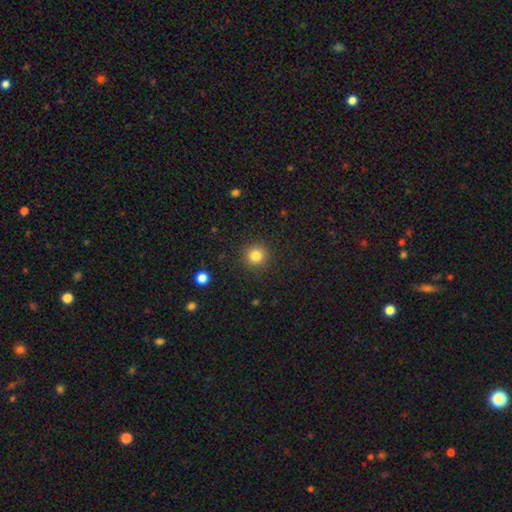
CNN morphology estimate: The model was most divided on "smooth or featured": smooth: 83%, star or artifact: 12%, featured or disk: 5%. More confident: how rounded — round (94%); merging — none (91%).